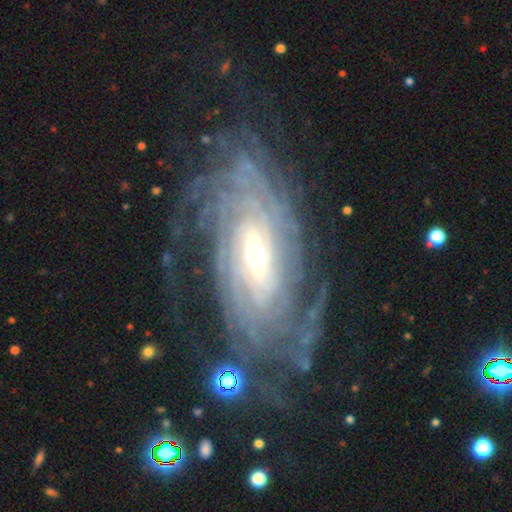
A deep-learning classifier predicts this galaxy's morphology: smooth-or-featured: featured or disk: 88% | smooth: 6% | star or artifact: 6%
  disk-edge-on: no: 94% | yes: 6%
    bar: weak: 41% | strong: 32% | no: 26%
    has-spiral-arms: yes: 96% | no: 4%
      spiral-winding: tight: 78% | medium: 17% | loose: 4%
      spiral-arm-count: can't tell: 33% | more than 4: 22% | 4: 19% | 3: 11% | 2: 9% | 1: 6%
    bulge-size: small: 46% (tied) | moderate: 46% (tied) | large: 5% | none: 1% | dominant: 1%
  merging: none: 71% | minor disturbance: 16% | major disturbance: 10% | merger: 2%